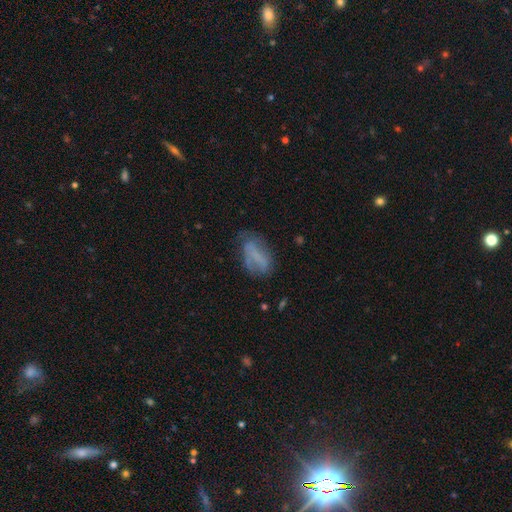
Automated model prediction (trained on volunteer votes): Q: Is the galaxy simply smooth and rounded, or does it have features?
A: smooth — 50%.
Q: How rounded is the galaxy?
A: in between — 84%.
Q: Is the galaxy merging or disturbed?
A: none — 49%.